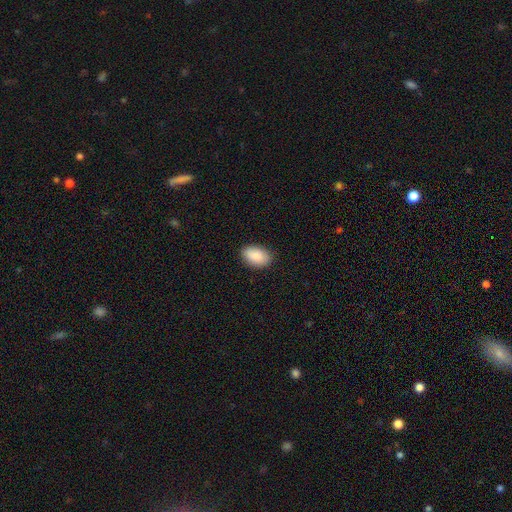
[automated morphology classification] Q: Smooth or featured?
A: smooth (89%); runner-up: star or artifact (6%)
Q: How rounded?
A: in between (93%); runner-up: round (6%)
Q: Merging?
A: none (86%); runner-up: minor disturbance (11%)